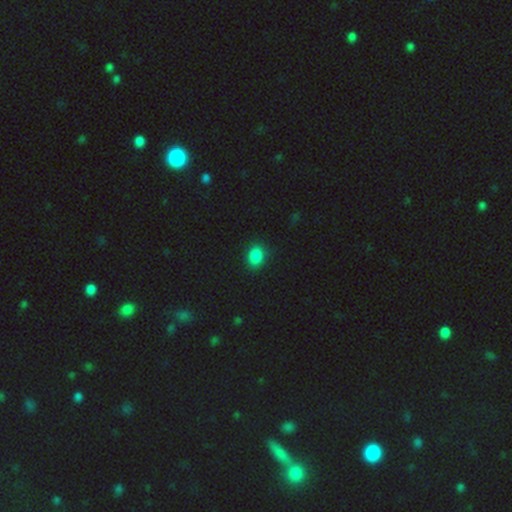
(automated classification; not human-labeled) Smooth or featured? Predicted: smooth (p=0.85). How rounded? Predicted: in between (p=0.70). Merging? Predicted: none (p=0.87).